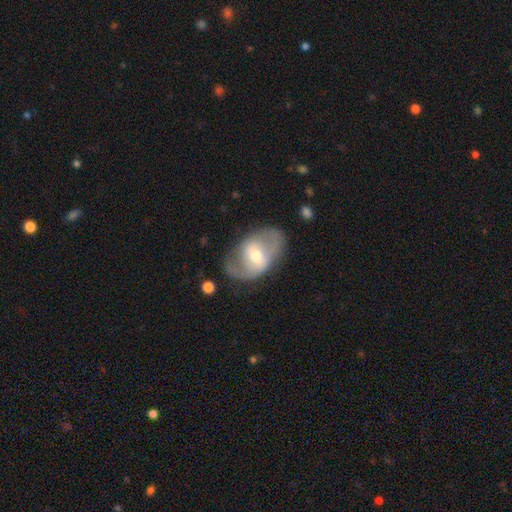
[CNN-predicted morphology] smooth_or_featured: featured or disk (p=0.70) [alt: smooth p=0.24]
disk_edge_on: no (p=0.95) [alt: yes p=0.05]
bar: weak (p=0.46) [alt: strong p=0.28]
has_spiral_arms: yes (p=0.74) [alt: no p=0.26]
bulge_size: moderate (p=0.58) [alt: small p=0.34]
merging: none (p=0.68) [alt: minor disturbance p=0.19]